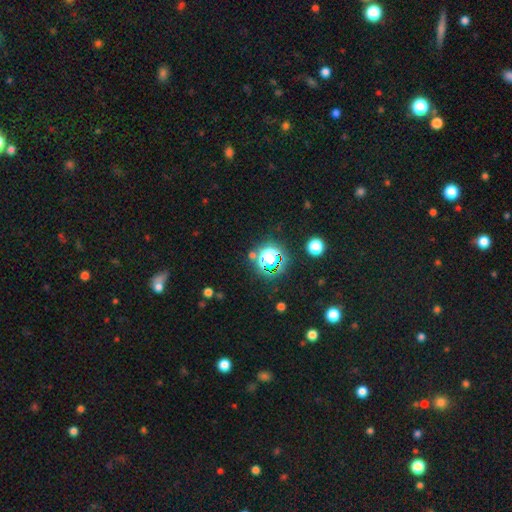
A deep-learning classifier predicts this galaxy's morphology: smooth-or-featured: star or artifact: 74% | smooth: 17% | featured or disk: 9%